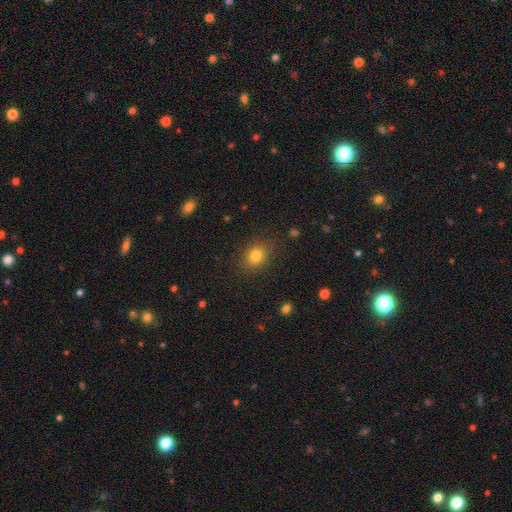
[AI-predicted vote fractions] This appears to be a smooth galaxy with no disk features (81%) that is round (54%). Merging: none (85%).